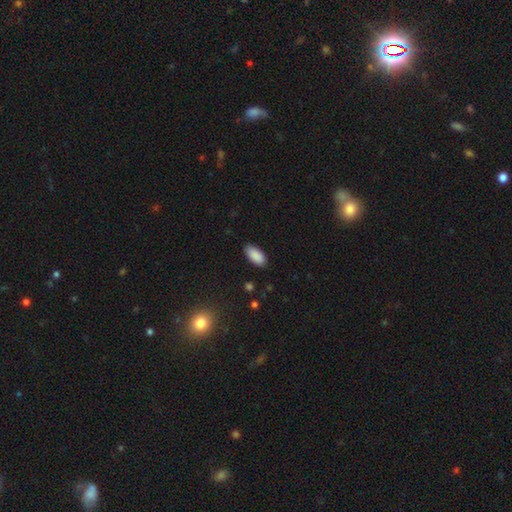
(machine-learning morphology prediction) smooth 90%, star or artifact 7%, featured or disk 4%. Down the decision tree: how rounded — in between (92%); merging — none (86%).